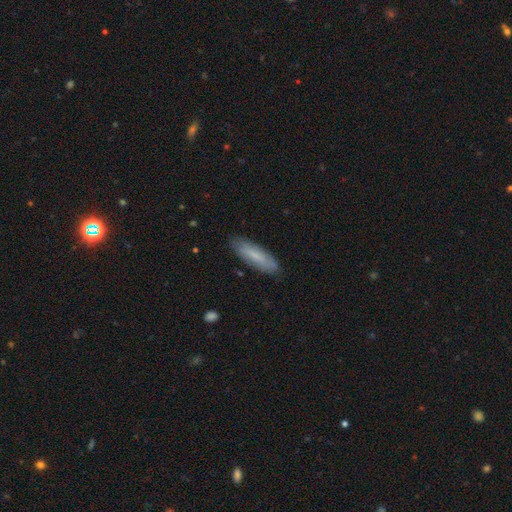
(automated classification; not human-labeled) Smooth or featured?
  - smooth: 70% *
  - featured or disk: 24%
  - star or artifact: 6%
How rounded?
  - cigar-shaped: 56% *
  - in between: 43%
  - round: 2%
Merging?
  - none: 85% *
  - minor disturbance: 12%
  - major disturbance: 2%
  - merger: 1%